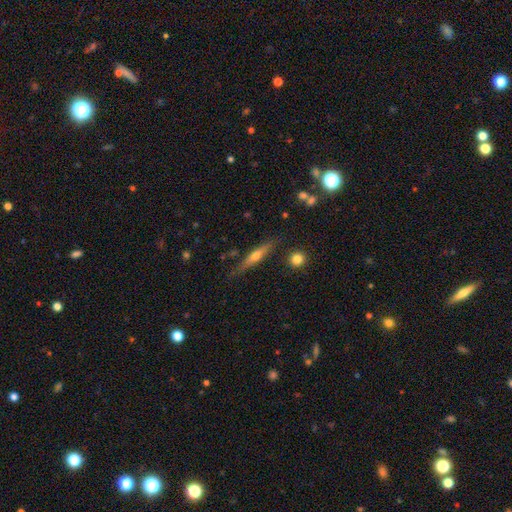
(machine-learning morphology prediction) type=featured or disk (59%); edge-on=yes (93%); edge-on bulge=rounded (84%); merging=none (77%).